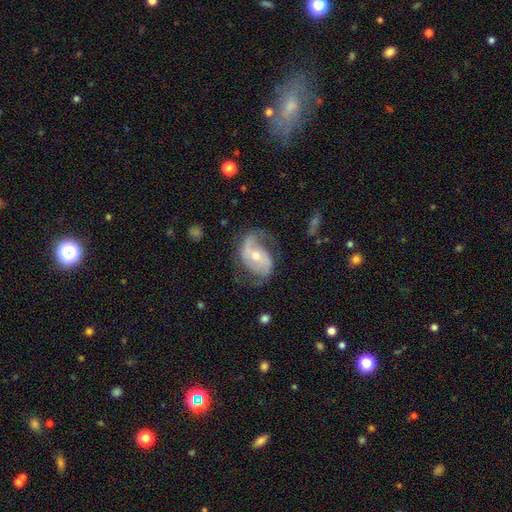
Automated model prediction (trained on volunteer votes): The model was most divided on "bulge size": moderate: 49%, small: 46%, large: 2%, none: 1%, dominant: 1%. Remaining: edge-on disk — no (97%); spiral arms — yes (94%); smooth or featured — featured or disk (83%); spiral arm count — 2 (81%); merging — none (62%); bar — no (48%); spiral winding — medium (45%).